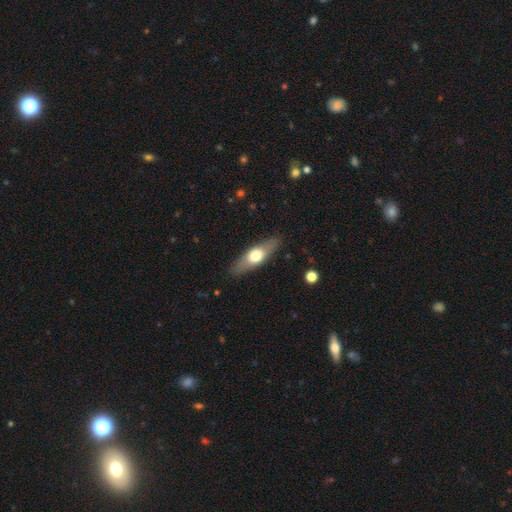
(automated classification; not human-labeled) smooth_or_featured: smooth (p=0.51) [alt: featured or disk p=0.43]
how_rounded: in between (p=0.49) [alt: cigar-shaped p=0.47]
merging: none (p=0.86) [alt: minor disturbance p=0.10]